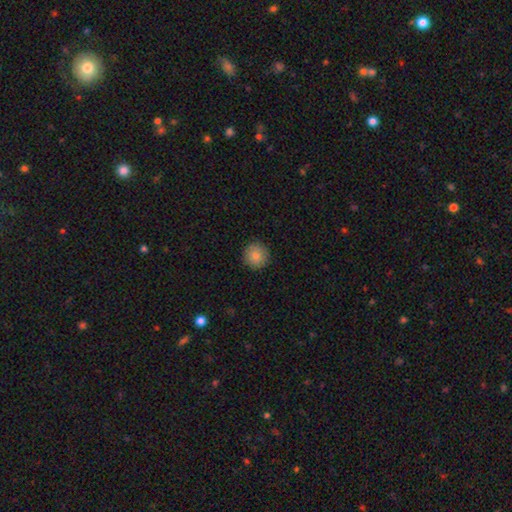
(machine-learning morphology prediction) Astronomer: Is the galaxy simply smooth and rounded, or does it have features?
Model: smooth — 84%.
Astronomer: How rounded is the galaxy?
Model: round — 94%.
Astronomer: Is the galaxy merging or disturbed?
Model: none — 90%.